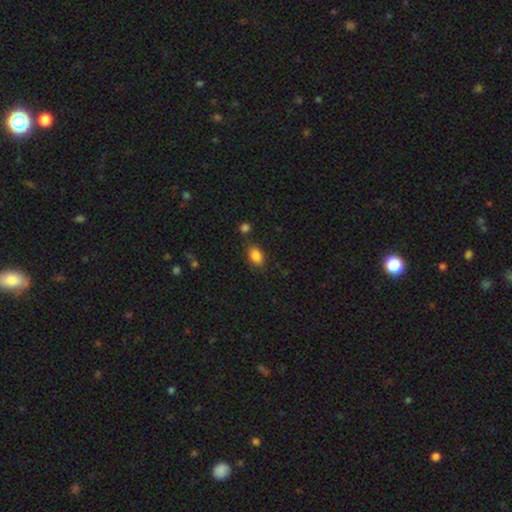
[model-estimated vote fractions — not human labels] The model was most divided on "merging": none: 79%, minor disturbance: 13%, merger: 5%, major disturbance: 3%. More confident: how rounded — in between (89%); smooth or featured — smooth (87%).